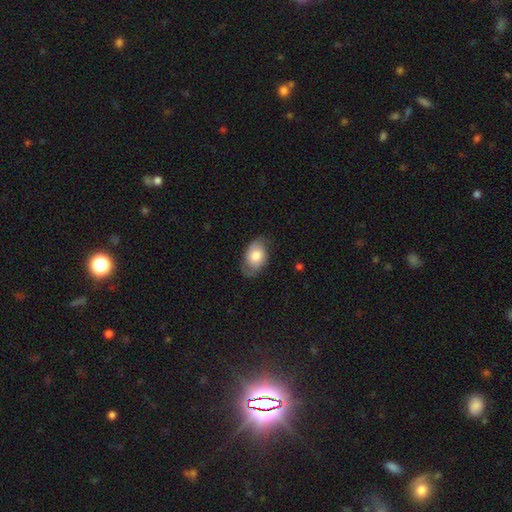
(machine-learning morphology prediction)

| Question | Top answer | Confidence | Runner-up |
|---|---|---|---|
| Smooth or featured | smooth | 60% | featured or disk (33%) |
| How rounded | in between | 87% | round (12%) |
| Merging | none | 69% | minor disturbance (23%) |